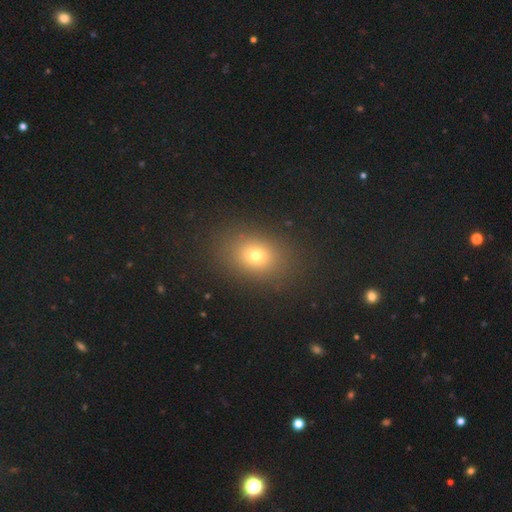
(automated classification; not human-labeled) Smooth or featured? Predicted: smooth (p=0.71). How rounded? Predicted: in between (p=0.56). Merging? Predicted: none (p=0.87).